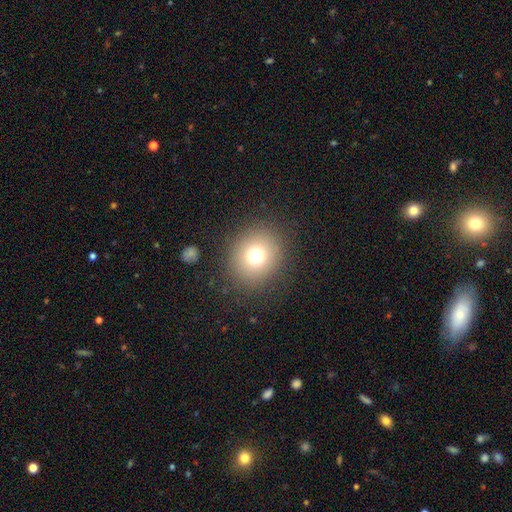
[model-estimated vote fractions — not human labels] A smooth galaxy with no disk features (73%) that is round (82%). Merging: none (87%).